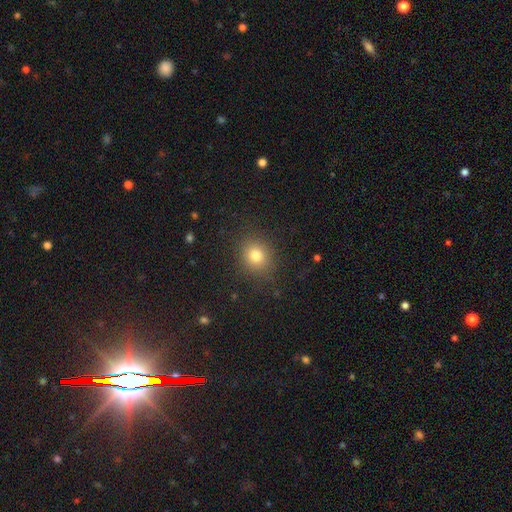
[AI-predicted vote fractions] Smooth or featured?
  - smooth: 79% *
  - star or artifact: 14%
  - featured or disk: 7%
How rounded?
  - round: 77% *
  - in between: 22%
  - cigar-shaped: 1%
Merging?
  - none: 86% *
  - minor disturbance: 9%
  - major disturbance: 4%
  - merger: 1%